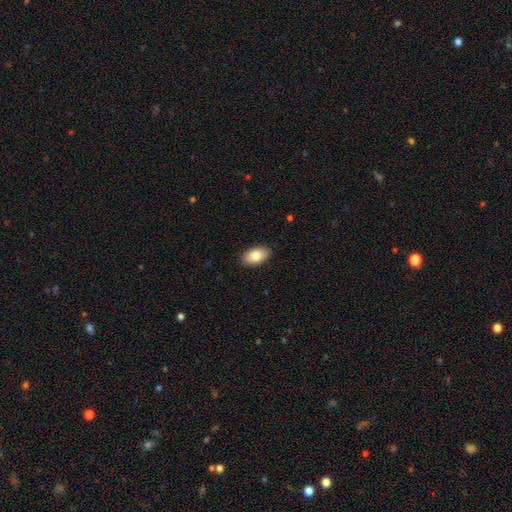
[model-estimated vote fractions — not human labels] This appears to be a smooth galaxy with no disk features (81%) that is in between round and cigar-shaped (93%). Merging: none (89%).